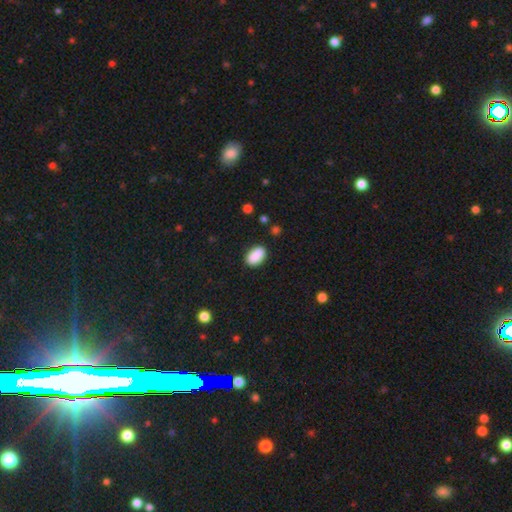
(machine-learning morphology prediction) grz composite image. It shows a smooth galaxy with no disk features (89%) that is in between round and cigar-shaped (91%). Merging: none (85%).